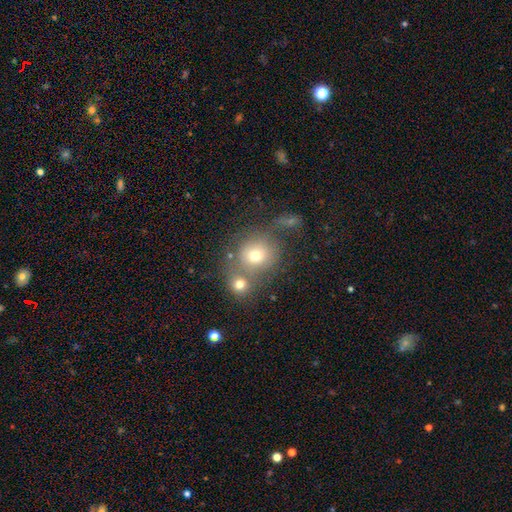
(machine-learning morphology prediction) A smooth galaxy with no disk features (70%) that is round (81%). Merging: none (44%).